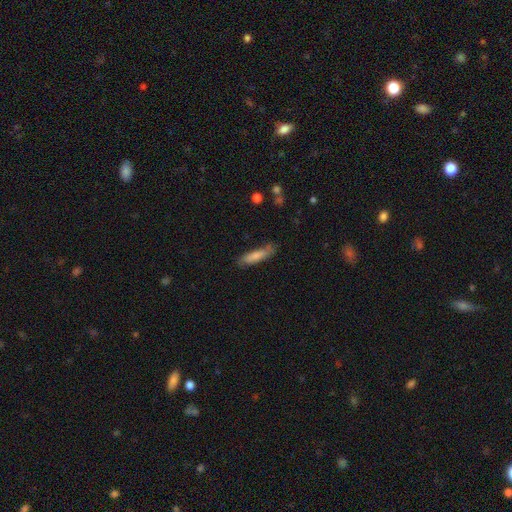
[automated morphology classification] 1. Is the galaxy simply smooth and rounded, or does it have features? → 78% smooth, 16% featured or disk, 6% star or artifact.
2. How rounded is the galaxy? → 74% cigar-shaped, 24% in between, 2% round.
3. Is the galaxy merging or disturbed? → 70% none, 23% minor disturbance, 5% major disturbance, 2% merger.